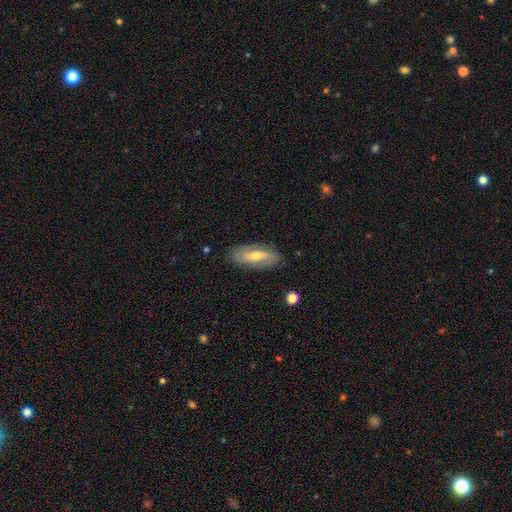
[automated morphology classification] A featured or disk galaxy (51%).

Vote fractions:
- Smooth or featured? featured or disk: 51% / smooth: 42% / star or artifact: 7%
- Edge-on disk? no: 71% / yes: 29%
- Merging? none: 84% / minor disturbance: 12% / major disturbance: 3% / merger: 1%